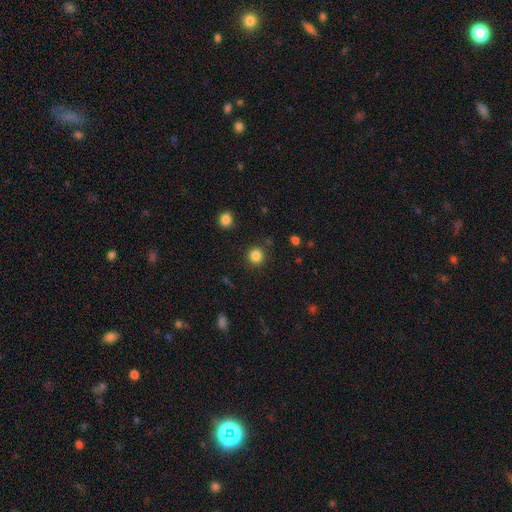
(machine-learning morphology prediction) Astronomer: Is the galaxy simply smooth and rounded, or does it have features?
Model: smooth — 84%.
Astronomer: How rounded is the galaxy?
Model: round — 92%.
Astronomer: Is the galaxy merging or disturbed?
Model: none — 88%.